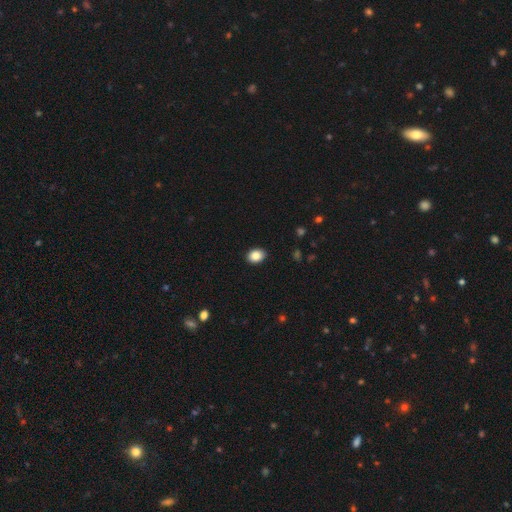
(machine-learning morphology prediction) Overall: smooth (86%). How rounded: in between (67%; round 32%). Merging: none (90%).